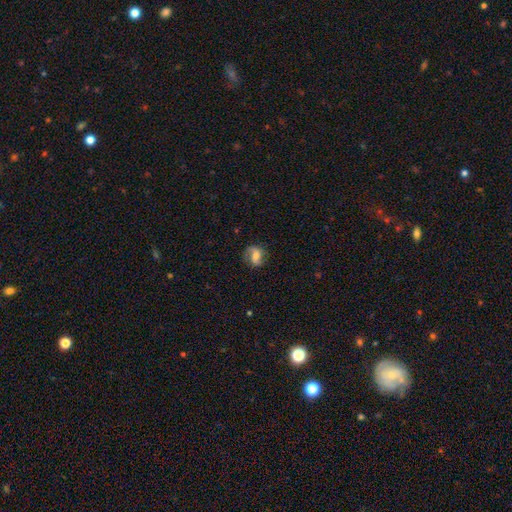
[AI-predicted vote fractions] Overall: featured or disk (54%; smooth 38%). Edge-on disk: no (96%). Bar: weak (41%; no 40%). Spiral arms: yes (86%). Bulge size: moderate (51%; small 29%). Merging: none (68%).